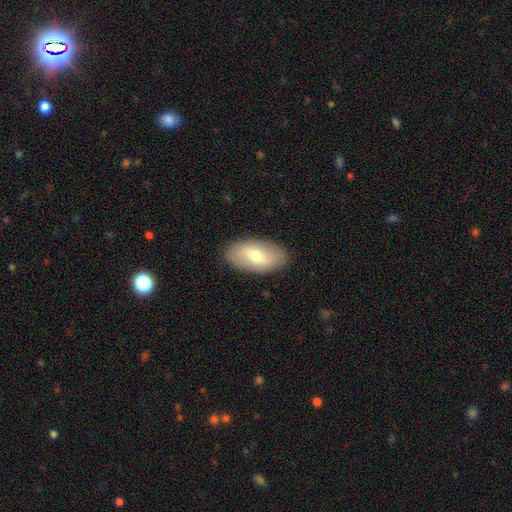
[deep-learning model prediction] This is possibly a smooth galaxy (59%). How rounded: clearly in between (93%). Merging: clearly none (88%).